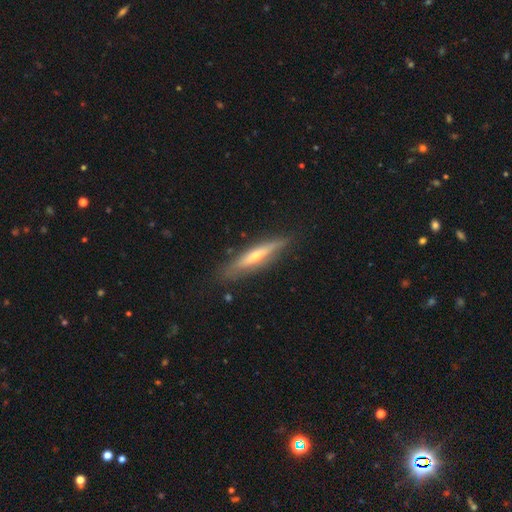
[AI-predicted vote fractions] featured or disk 62%, smooth 31%, star or artifact 6%. Down the decision tree: edge-on disk — yes (92%); edge-on bulge — rounded (79%); merging — none (83%).